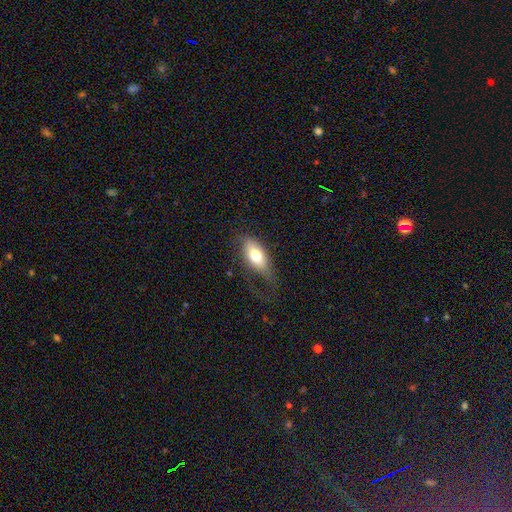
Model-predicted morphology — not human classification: Smooth or featured: smooth — 71% (featured or disk — 22%)
How rounded: in between — 86% (cigar-shaped — 9%)
Merging: none — 52% (minor disturbance — 27%)